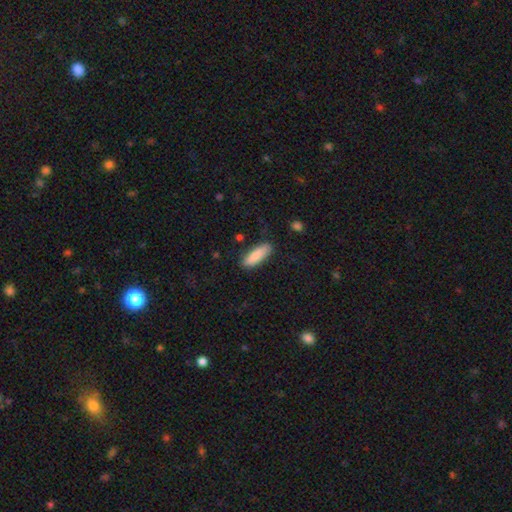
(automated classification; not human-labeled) Smooth or featured: smooth — 87% (featured or disk — 7%)
How rounded: in between — 51% (cigar-shaped — 47%)
Merging: none — 85% (minor disturbance — 11%)